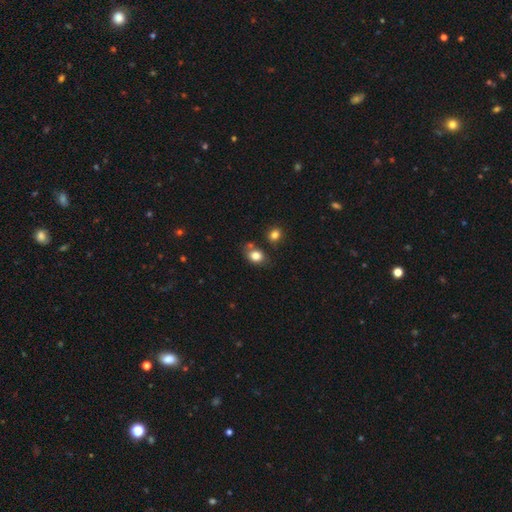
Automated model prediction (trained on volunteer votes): Morphology: type=smooth (82%); roundness=in between (57%); merging=none (61%).